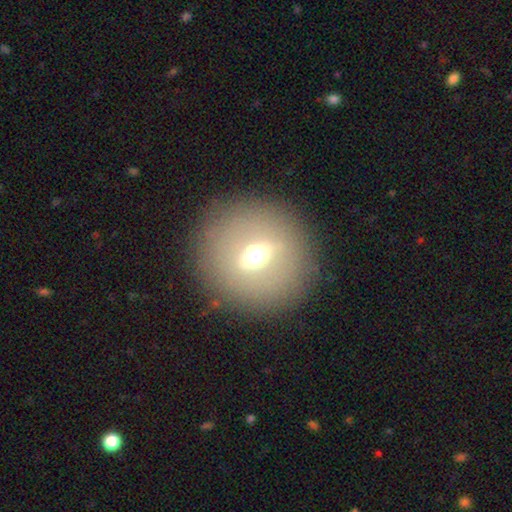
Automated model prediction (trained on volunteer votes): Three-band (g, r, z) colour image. It shows a smooth galaxy with no disk features (45%). Merging: none (84%).